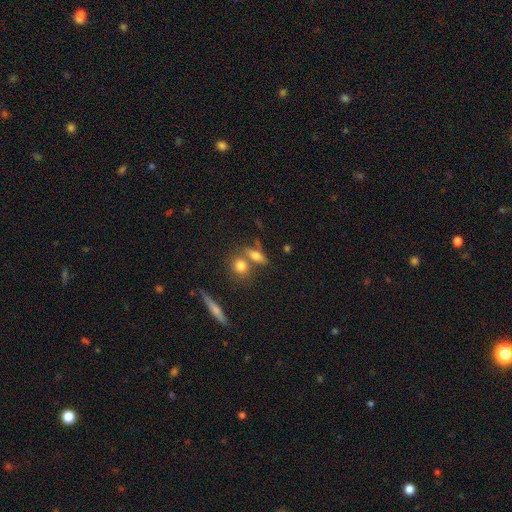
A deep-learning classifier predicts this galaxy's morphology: Smooth or featured: smooth — 66% (featured or disk — 22%)
How rounded: in between — 57% (cigar-shaped — 27%)
Merging: none — 53% (merger — 30%)